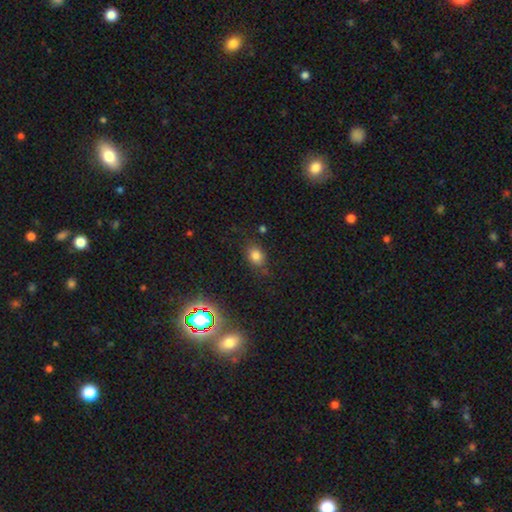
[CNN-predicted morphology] smooth 75%, star or artifact 17%, featured or disk 8%. Down the decision tree: how rounded — in between (63%); merging — none (75%).